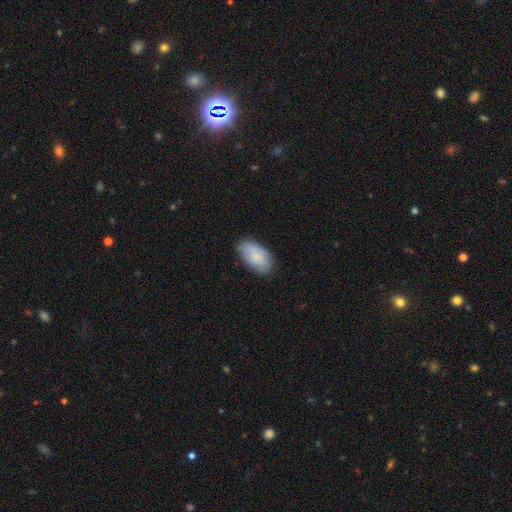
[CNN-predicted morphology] This appears to be a smooth galaxy with no disk features (81%) that is in between round and cigar-shaped (95%). Merging: none (78%).